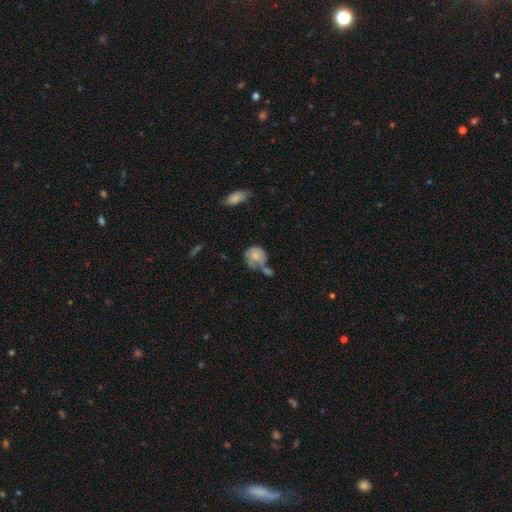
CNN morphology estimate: Smooth or featured? Predicted: smooth (p=0.63). How rounded? Predicted: round (p=0.66). Merging? Predicted: merger (p=0.31).